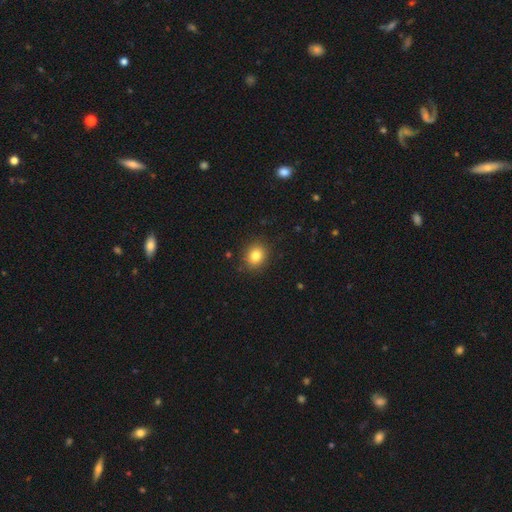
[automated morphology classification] type=smooth (82%); roundness=round (70%); merging=none (88%).